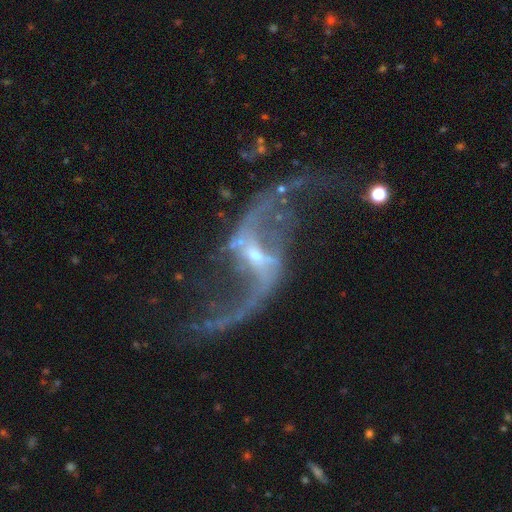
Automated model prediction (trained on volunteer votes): Morphology: type=featured or disk (90%); edge-on=no (95%); bar=strong (42%); spiral arms=yes (93%); winding=loose (90%); arm count=2 (93%); bulge=small (62%); merging=none (51%).